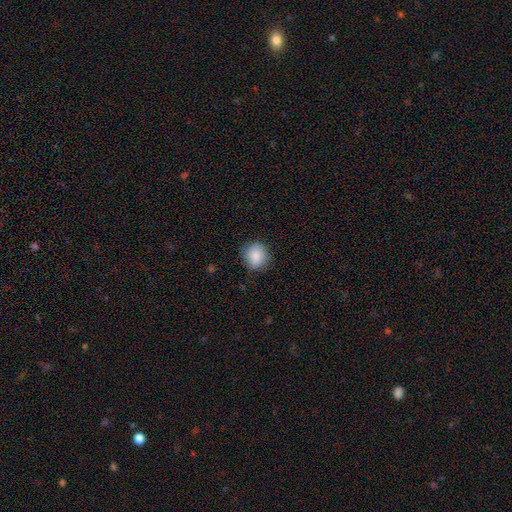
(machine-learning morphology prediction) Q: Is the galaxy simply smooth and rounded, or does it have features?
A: smooth — 87%.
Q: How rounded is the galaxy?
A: round — 82%.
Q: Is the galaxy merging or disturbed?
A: none — 83%.